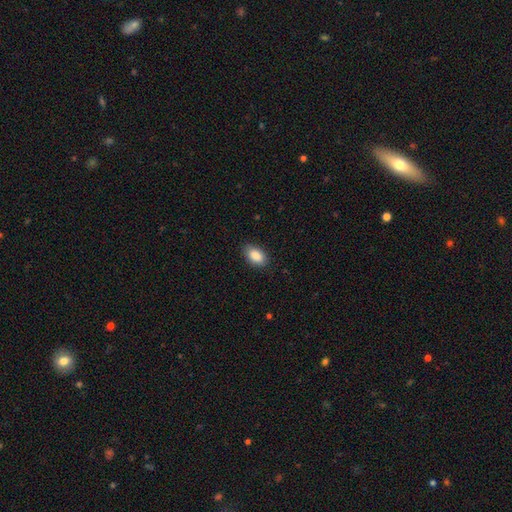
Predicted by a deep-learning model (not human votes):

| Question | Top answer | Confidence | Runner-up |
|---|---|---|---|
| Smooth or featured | smooth | 89% | star or artifact (7%) |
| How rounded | in between | 92% | round (6%) |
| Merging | none | 85% | minor disturbance (11%) |